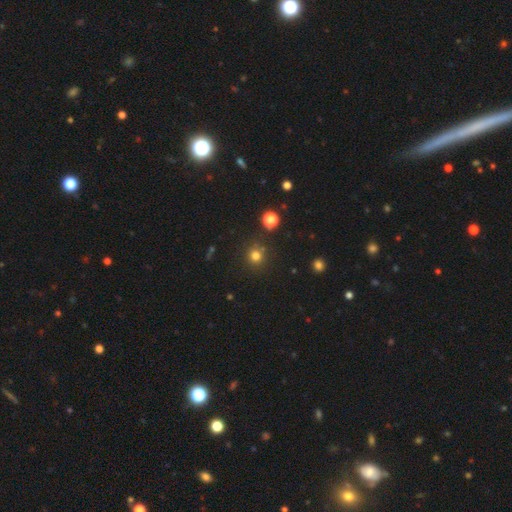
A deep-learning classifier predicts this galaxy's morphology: smooth_or_featured: smooth (p=0.77) [alt: star or artifact p=0.17]
how_rounded: round (p=0.92) [alt: in between p=0.07]
merging: none (p=0.83) [alt: minor disturbance p=0.09]